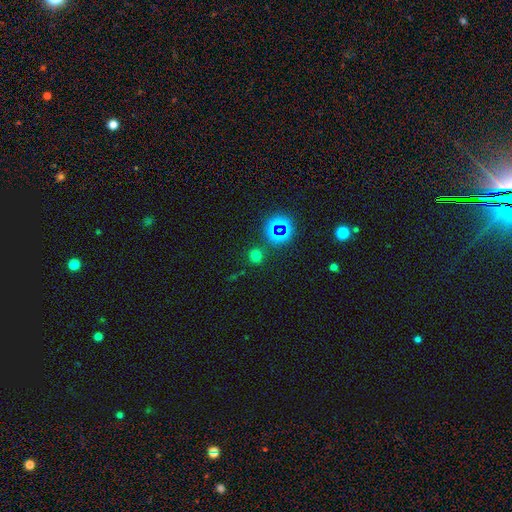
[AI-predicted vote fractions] The model was most divided on "smooth or featured": smooth: 64%, star or artifact: 29%, featured or disk: 7%. More confident: how rounded — round (92%); merging — none (84%).